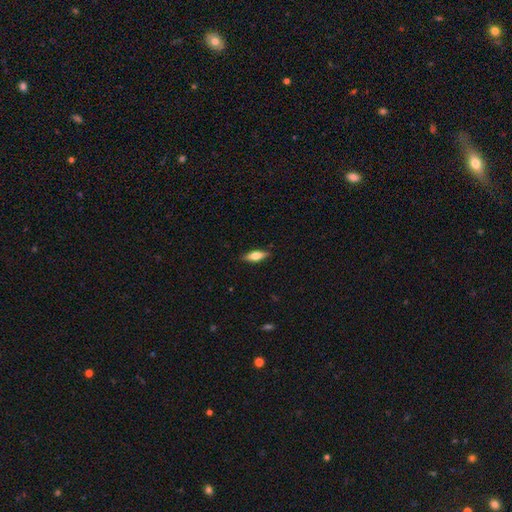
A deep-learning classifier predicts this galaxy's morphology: Smooth or featured?
  - smooth: 54% *
  - featured or disk: 40%
  - star or artifact: 6%
How rounded?
  - in between: 57% *
  - cigar-shaped: 40%
  - round: 3%
Merging?
  - none: 88% *
  - minor disturbance: 9%
  - major disturbance: 2%
  - merger: 1%